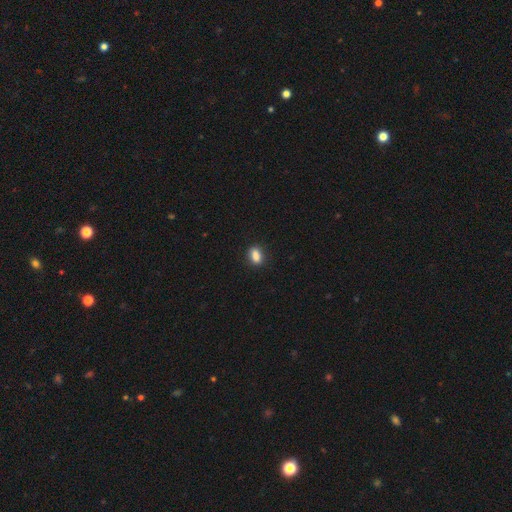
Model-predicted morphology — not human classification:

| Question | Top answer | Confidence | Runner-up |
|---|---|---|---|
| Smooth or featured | smooth | 85% | star or artifact (9%) |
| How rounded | in between | 78% | round (16%) |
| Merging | none | 86% | minor disturbance (10%) |